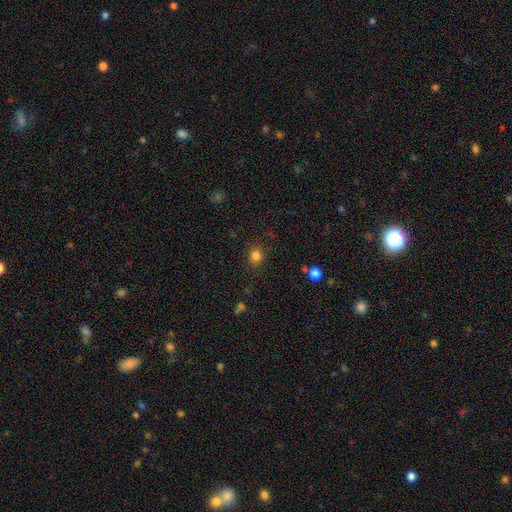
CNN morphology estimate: Smooth or featured: smooth — 82% (star or artifact — 14%)
How rounded: round — 80% (in between — 19%)
Merging: none — 85% (minor disturbance — 10%)